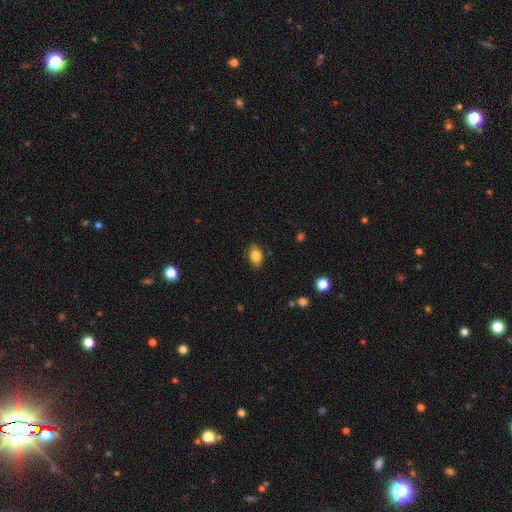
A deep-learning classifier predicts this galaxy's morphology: Smooth or featured? Predicted: smooth (p=0.83). How rounded? Predicted: in between (p=0.84). Merging? Predicted: none (p=0.84).